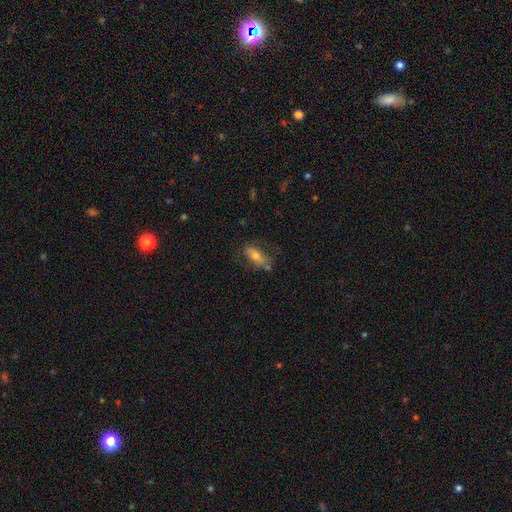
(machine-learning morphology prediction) smooth-or-featured: smooth: 59% | featured or disk: 33% | star or artifact: 9%
  how-rounded: in between: 78% | cigar-shaped: 17% | round: 5%
  merging: none: 64% | minor disturbance: 22% | major disturbance: 10% | merger: 5%